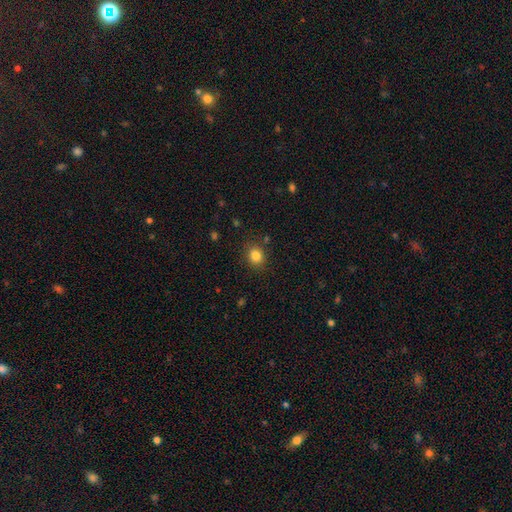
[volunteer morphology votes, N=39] smooth_or_featured: smooth (p=0.87) [alt: featured or disk p=0.08]
how_rounded: round (p=0.71) [alt: in between p=0.29]
merging: none (p=0.89) [alt: minor disturbance p=0.08]